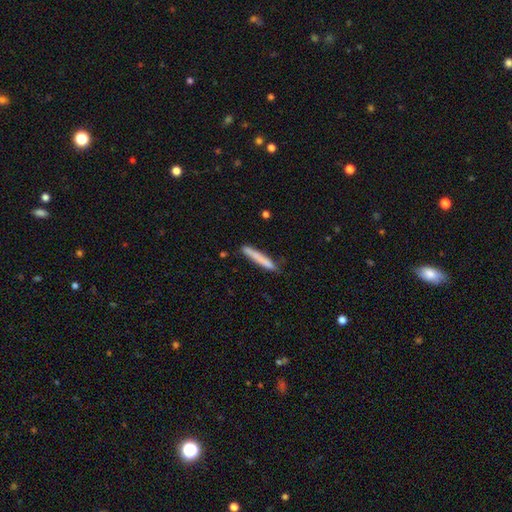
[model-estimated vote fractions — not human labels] smooth-or-featured: smooth: 74% | featured or disk: 19% | star or artifact: 7%
  how-rounded: cigar-shaped: 96% | in between: 3% | round: 1%
  merging: none: 84% | minor disturbance: 12% | major disturbance: 2% | merger: 2%